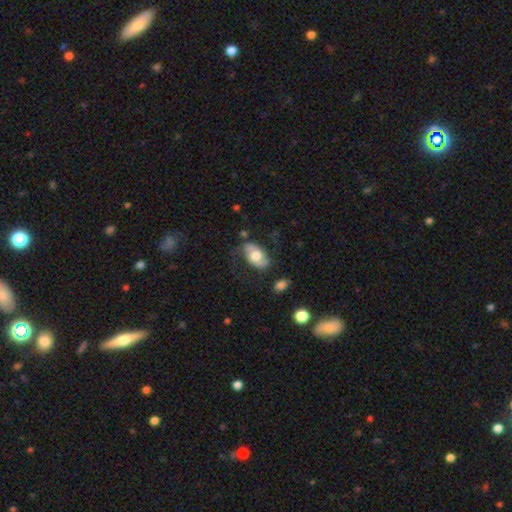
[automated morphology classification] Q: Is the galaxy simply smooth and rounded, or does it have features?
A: smooth — 54%.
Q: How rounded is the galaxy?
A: in between — 91%.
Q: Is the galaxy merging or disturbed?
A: none — 57%.